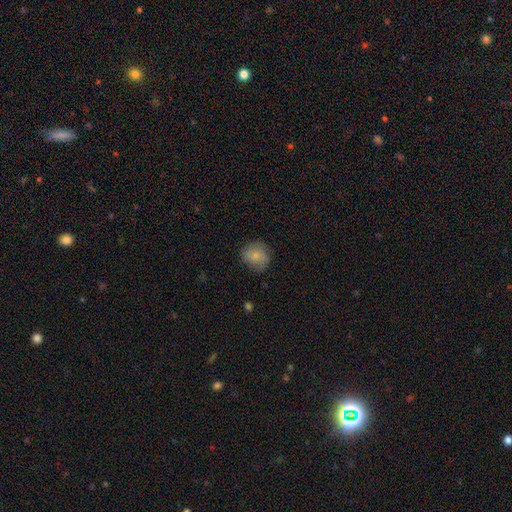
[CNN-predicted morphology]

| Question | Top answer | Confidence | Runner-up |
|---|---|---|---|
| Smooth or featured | smooth | 77% | featured or disk (15%) |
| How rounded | round | 85% | in between (14%) |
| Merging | none | 76% | minor disturbance (18%) |